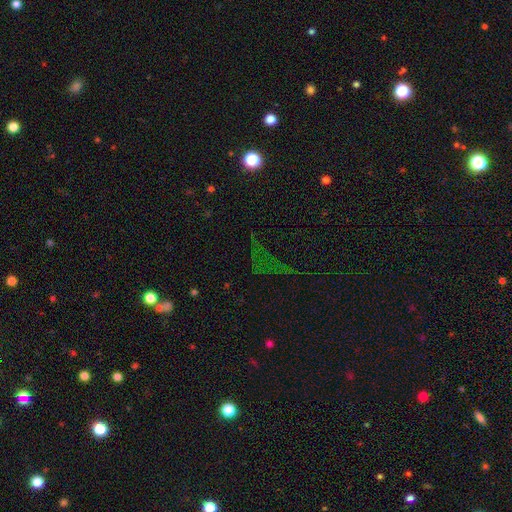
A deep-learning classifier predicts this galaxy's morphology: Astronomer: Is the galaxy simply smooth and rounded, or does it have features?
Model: star or artifact — 64%.